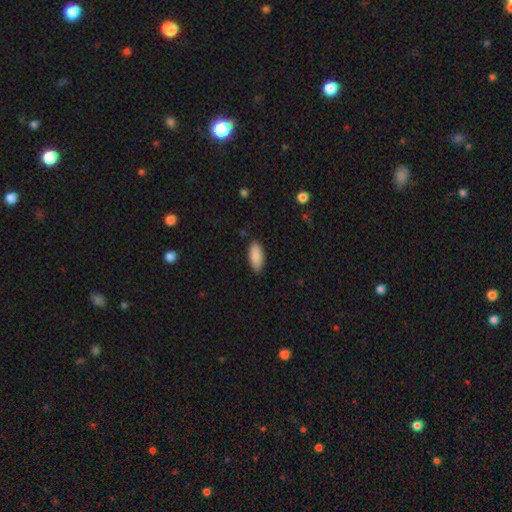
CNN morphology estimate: This is clearly a smooth galaxy (89%). How rounded: clearly in between (86%). Merging: clearly none (87%).